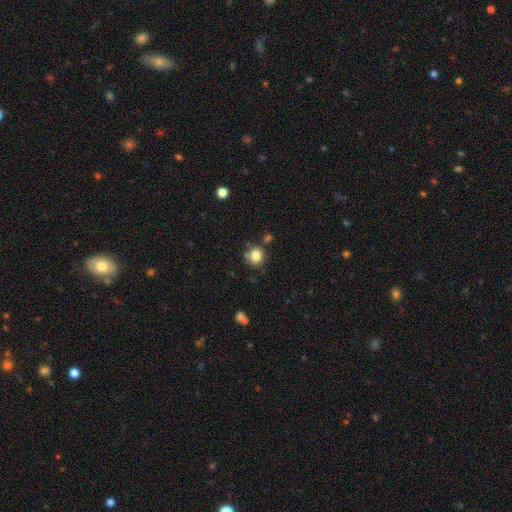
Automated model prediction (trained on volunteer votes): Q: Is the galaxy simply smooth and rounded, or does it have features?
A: smooth — 82%.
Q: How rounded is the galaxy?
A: round — 76%.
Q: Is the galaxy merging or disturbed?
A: none — 70%.